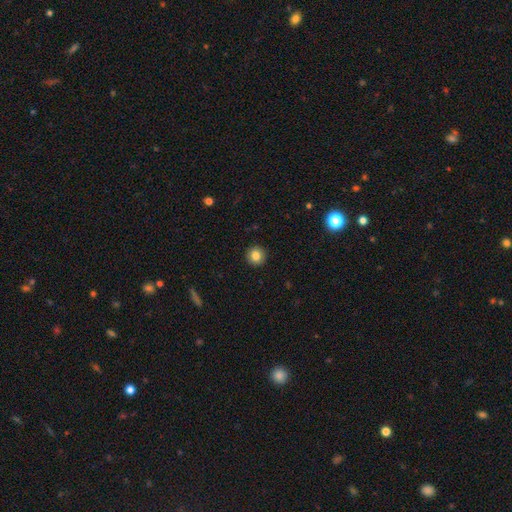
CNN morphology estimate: This is clearly a smooth galaxy (84%). How rounded: clearly round (94%). Merging: clearly none (92%).